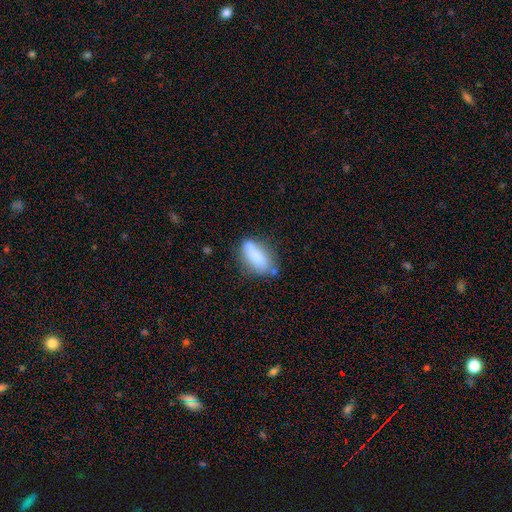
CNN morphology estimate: type=smooth (73%); roundness=in between (71%); merging=none (52%).